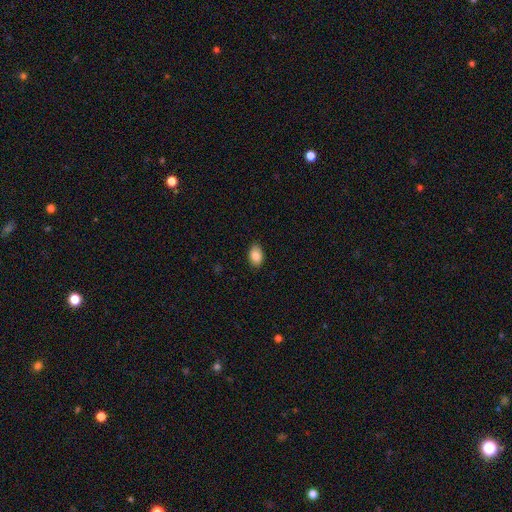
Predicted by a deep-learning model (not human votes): Smooth or featured? smooth (87%)
How rounded? in between (88%)
Merging? none (87%)